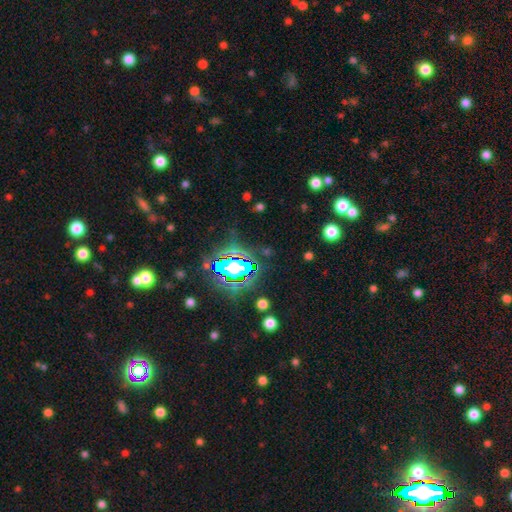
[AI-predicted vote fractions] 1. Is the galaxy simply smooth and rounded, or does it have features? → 81% star or artifact, 11% smooth, 8% featured or disk.